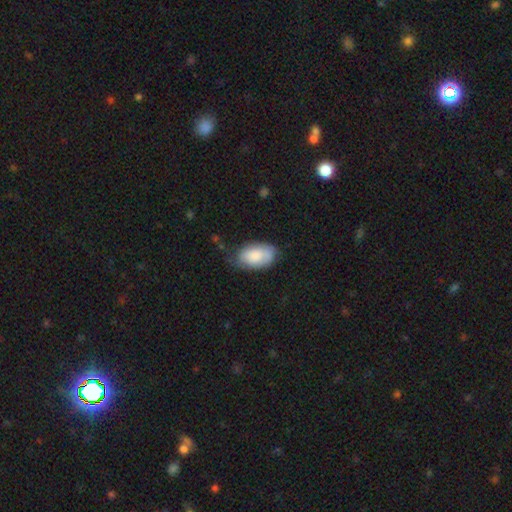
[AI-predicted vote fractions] Q: Smooth or featured?
A: smooth (73%); runner-up: featured or disk (21%)
Q: How rounded?
A: in between (94%); runner-up: round (5%)
Q: Merging?
A: none (56%); runner-up: minor disturbance (32%)